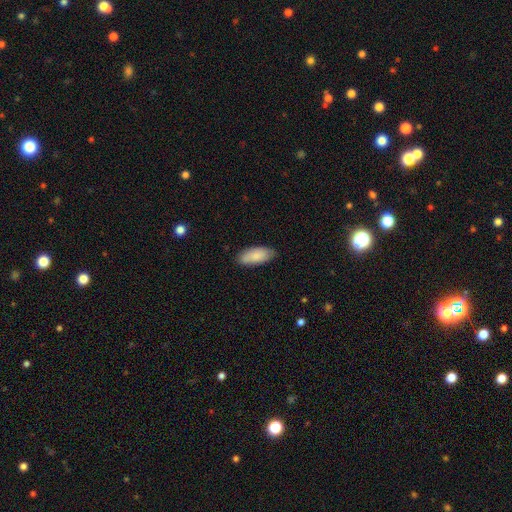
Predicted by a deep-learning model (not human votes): Morphology: type=smooth (87%); roundness=in between (84%); merging=none (82%).